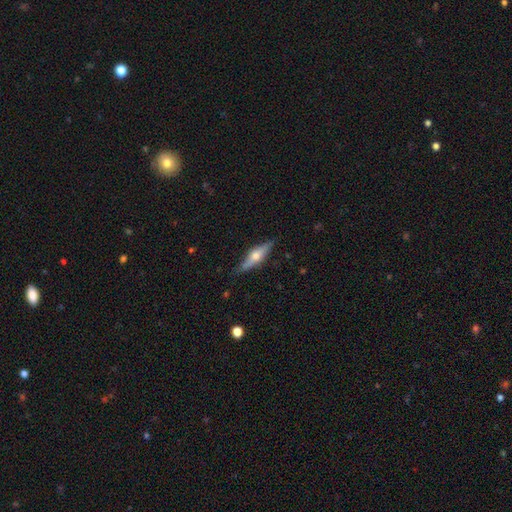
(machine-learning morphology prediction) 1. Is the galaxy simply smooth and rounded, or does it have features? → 60% featured or disk, 34% smooth, 6% star or artifact.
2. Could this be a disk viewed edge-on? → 94% yes, 6% no.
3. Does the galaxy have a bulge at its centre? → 90% rounded, 7% boxy, 3% none.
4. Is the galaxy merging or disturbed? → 84% none, 13% minor disturbance, 3% major disturbance, 1% merger.